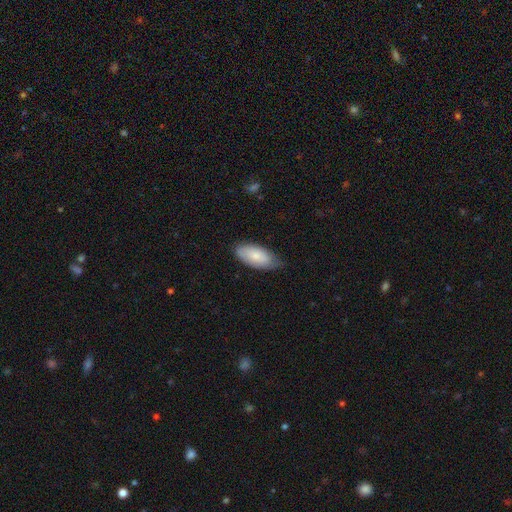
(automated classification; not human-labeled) Q: Smooth or featured?
A: smooth (78%); runner-up: featured or disk (16%)
Q: How rounded?
A: in between (92%); runner-up: cigar-shaped (6%)
Q: Merging?
A: none (68%); runner-up: minor disturbance (28%)